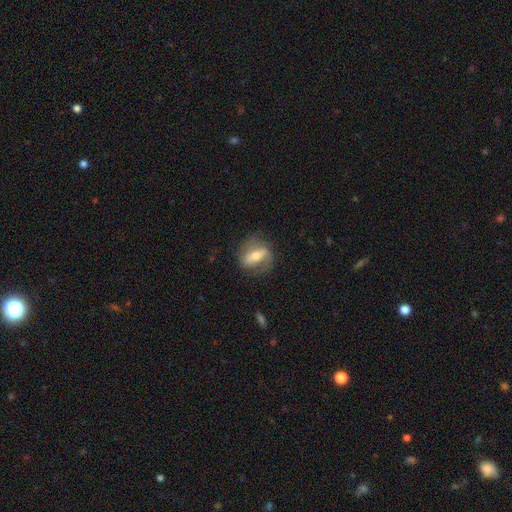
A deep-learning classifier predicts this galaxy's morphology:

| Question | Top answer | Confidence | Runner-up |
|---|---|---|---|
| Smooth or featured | featured or disk | 67% | smooth (26%) |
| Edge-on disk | no | 85% | yes (15%) |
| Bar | strong | 60% | weak (25%) |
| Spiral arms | yes | 68% | no (32%) |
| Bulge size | moderate | 61% | small (30%) |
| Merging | none | 70% | minor disturbance (18%) |